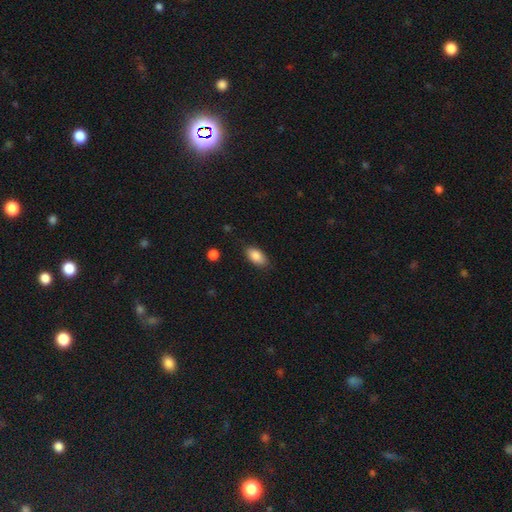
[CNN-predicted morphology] The model was most divided on "merging": none: 82%, minor disturbance: 14%, major disturbance: 3%, merger: 1%. More confident: how rounded — in between (91%); smooth or featured — smooth (86%).